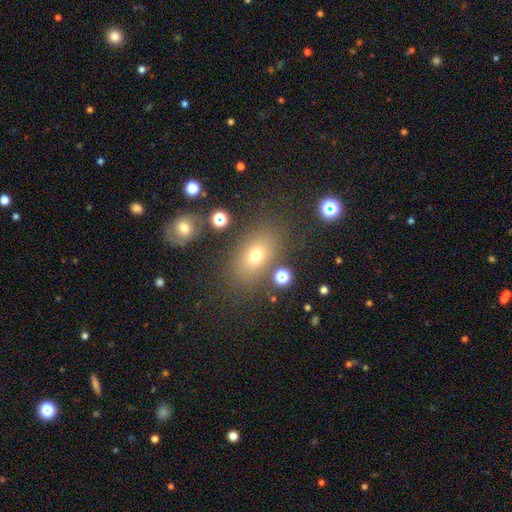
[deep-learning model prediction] smooth 67%, star or artifact 18%, featured or disk 15%. Down the decision tree: how rounded — in between (73%); merging — none (77%).